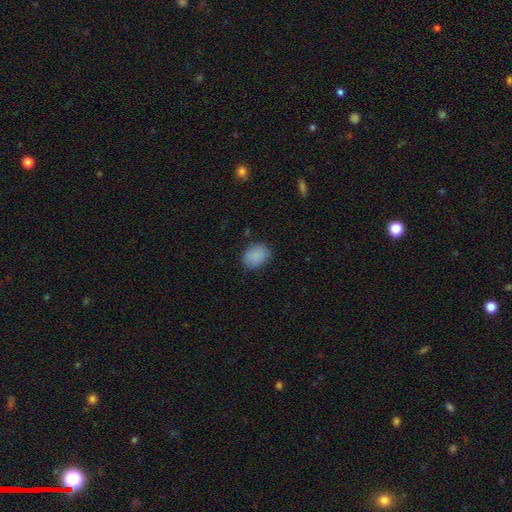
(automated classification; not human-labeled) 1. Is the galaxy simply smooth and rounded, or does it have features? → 88% smooth, 8% star or artifact, 4% featured or disk.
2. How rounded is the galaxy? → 62% in between, 37% round, 1% cigar-shaped.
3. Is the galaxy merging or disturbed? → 83% none, 13% minor disturbance, 3% major disturbance, 1% merger.